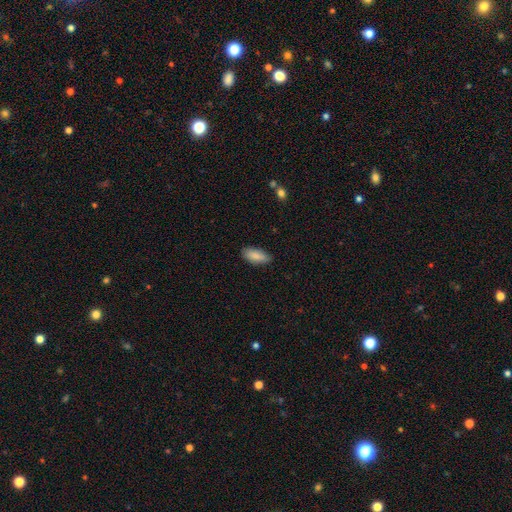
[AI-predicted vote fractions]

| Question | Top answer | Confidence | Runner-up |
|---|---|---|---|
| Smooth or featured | smooth | 87% | featured or disk (7%) |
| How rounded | in between | 84% | cigar-shaped (14%) |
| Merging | none | 82% | minor disturbance (15%) |